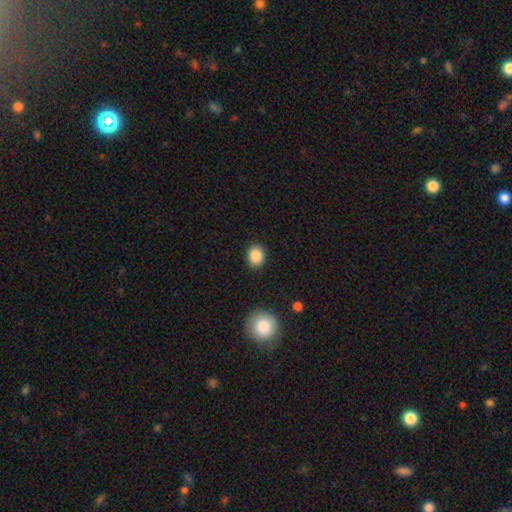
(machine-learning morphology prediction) smooth_or_featured: smooth (p=0.87) [alt: star or artifact p=0.09]
how_rounded: round (p=0.60) [alt: in between p=0.39]
merging: none (p=0.90) [alt: minor disturbance p=0.07]